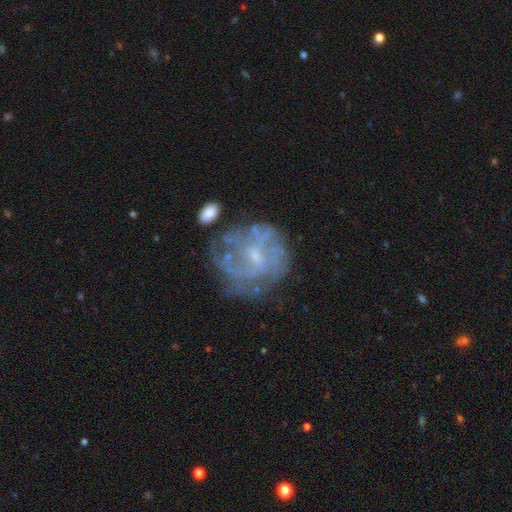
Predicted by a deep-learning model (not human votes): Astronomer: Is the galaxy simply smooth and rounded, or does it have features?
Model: featured or disk — 74%.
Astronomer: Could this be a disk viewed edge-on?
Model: no — 98%.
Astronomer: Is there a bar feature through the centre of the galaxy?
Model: no — 48% (runner-up: weak, 44%).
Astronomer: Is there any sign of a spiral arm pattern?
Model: yes — 66%.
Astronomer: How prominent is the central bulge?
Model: small — 64%.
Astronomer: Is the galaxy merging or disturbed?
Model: none — 56%.